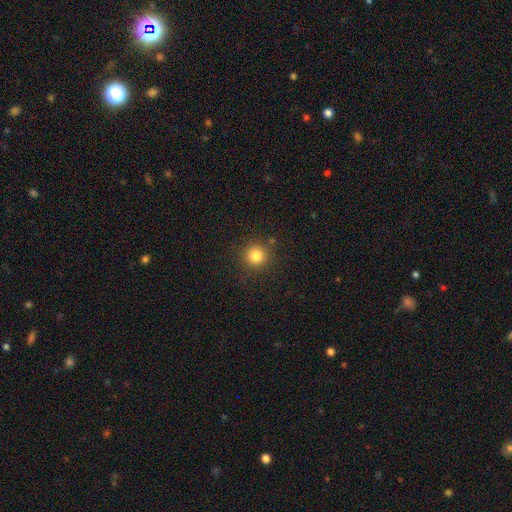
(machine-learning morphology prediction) Smooth or featured: smooth — 82% (star or artifact — 12%)
How rounded: round — 95% (in between — 4%)
Merging: none — 89% (minor disturbance — 6%)